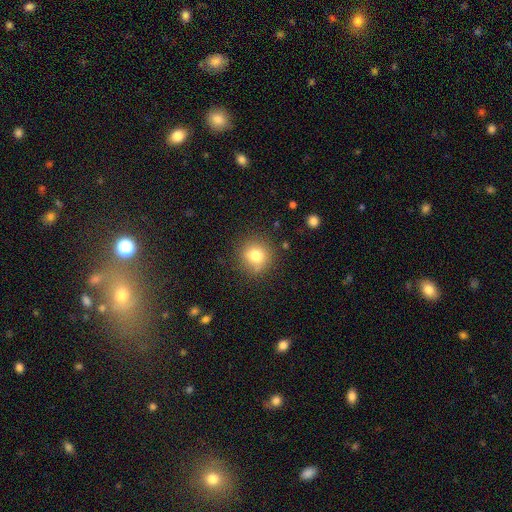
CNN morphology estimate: Smooth or featured? smooth (77%)
How rounded? round (91%)
Merging? none (83%)